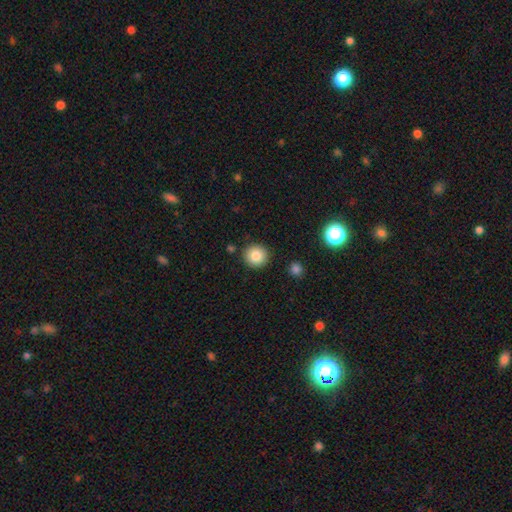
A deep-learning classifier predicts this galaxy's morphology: This is clearly a smooth galaxy (82%). How rounded: clearly round (93%). Merging: clearly none (89%).